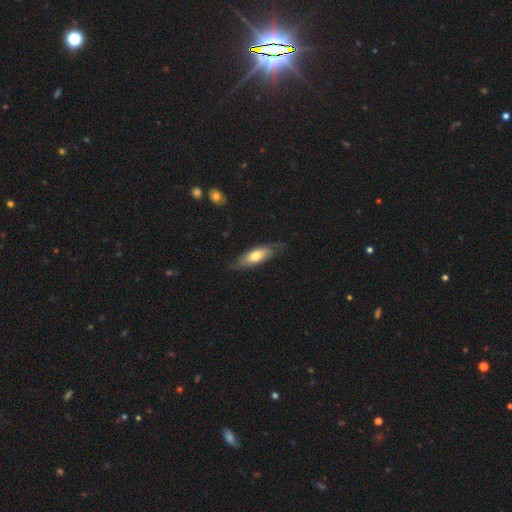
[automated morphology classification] A smooth galaxy with no disk features (57%) that is in between round and cigar-shaped (66%).

Vote fractions:
- Smooth or featured? smooth: 57% / featured or disk: 38% / star or artifact: 5%
- How rounded? in between: 66% / cigar-shaped: 32% / round: 2%
- Merging? none: 66% / minor disturbance: 25% / major disturbance: 7% / merger: 1%